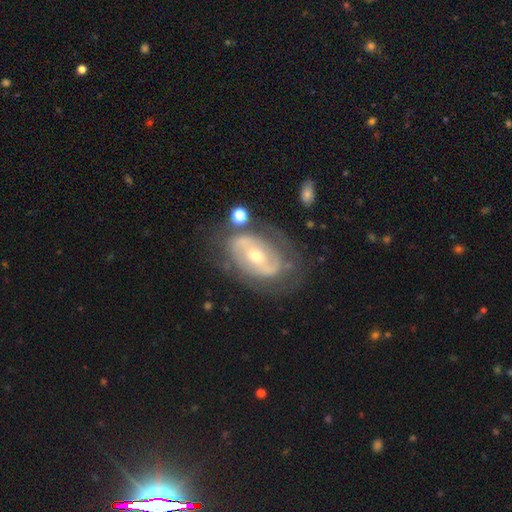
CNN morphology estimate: This is likely a featured or disk galaxy (79%). It is clearly not viewed edge-on (95%). Bar: marginally no (39%). Spiral arm pattern: likely yes (70%). Spiral arm count: possibly 2 (58%). Spiral winding: possibly tight (50%). Central bulge: possibly moderate (53%). Merging: likely none (65%).